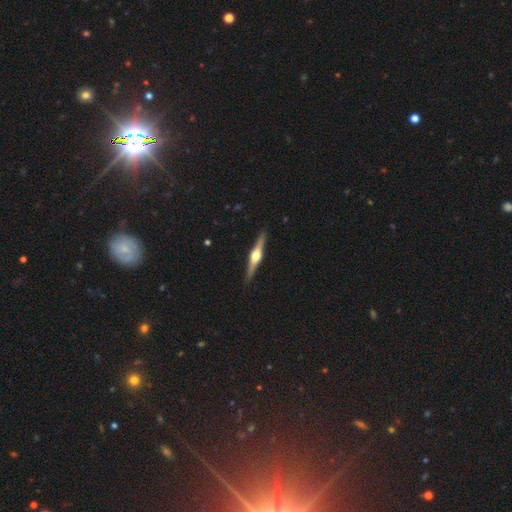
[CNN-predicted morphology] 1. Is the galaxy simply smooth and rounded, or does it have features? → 79% featured or disk, 16% smooth, 5% star or artifact.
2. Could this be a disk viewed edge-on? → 98% yes, 2% no.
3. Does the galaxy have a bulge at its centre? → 94% rounded, 5% boxy, 2% none.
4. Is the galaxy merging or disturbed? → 91% none, 7% minor disturbance, 1% major disturbance, 1% merger.